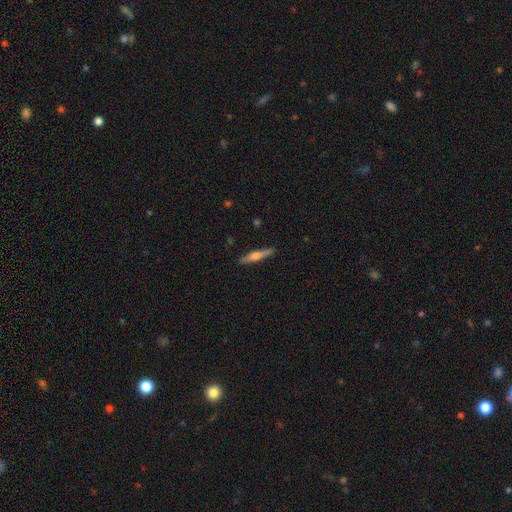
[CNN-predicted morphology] A featured or disk galaxy (60%) viewed edge-on (97%) with a rounded central bulge (84%). Merging: none (90%).